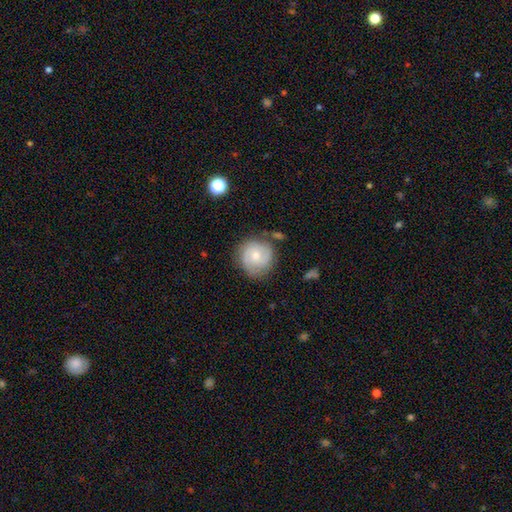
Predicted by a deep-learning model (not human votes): A featured or disk galaxy (55%) with no bar (67%), spiral arms (86%) and a moderate central bulge (56%).

Vote fractions:
- Smooth or featured? featured or disk: 55% / smooth: 39% / star or artifact: 7%
- Edge-on disk? no: 98% / yes: 2%
- Bar? no: 67% / weak: 29% / strong: 4%
- Spiral arms? yes: 86% / no: 14%
- Bulge size? moderate: 56% / small: 37% / large: 4% / none: 3% / dominant: 1%
- Merging? none: 73% / minor disturbance: 18% / major disturbance: 5% / merger: 4%